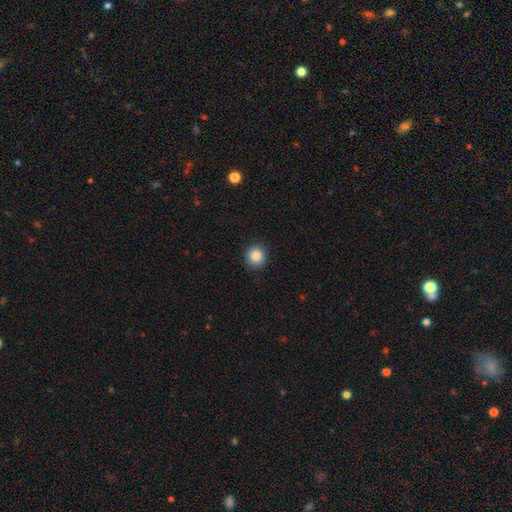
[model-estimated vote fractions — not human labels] Smooth or featured? smooth (86%)
How rounded? round (90%)
Merging? none (91%)